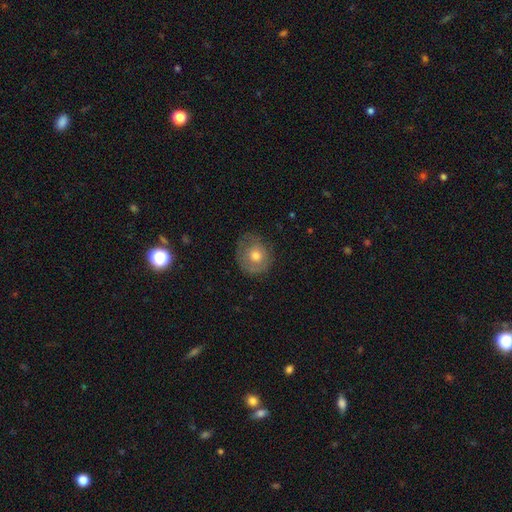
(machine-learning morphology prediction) The model was most divided on "smooth or featured": smooth: 60%, featured or disk: 31%, star or artifact: 9%. More confident: how rounded — round (80%); merging — none (70%).